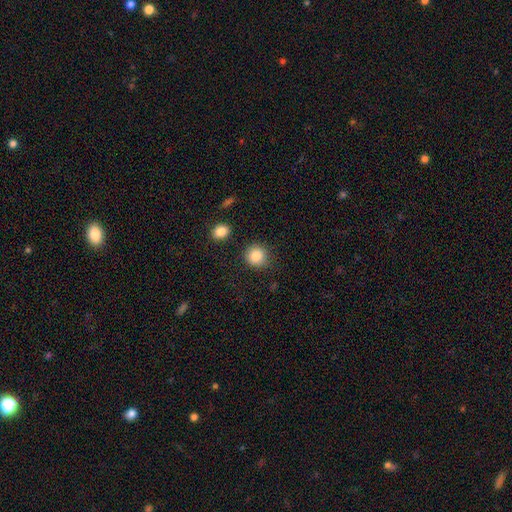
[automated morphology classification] smooth_or_featured: smooth (p=0.86) [alt: star or artifact p=0.09]
how_rounded: round (p=0.88) [alt: in between p=0.11]
merging: none (p=0.82) [alt: minor disturbance p=0.11]